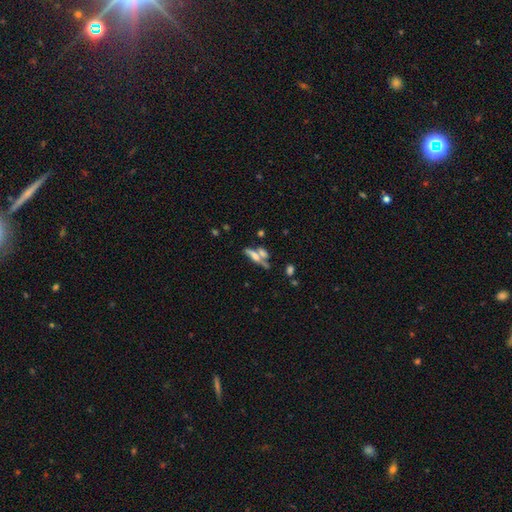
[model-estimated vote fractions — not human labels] smooth_or_featured: smooth (p=0.46) [alt: featured or disk p=0.41]
merging: merger (p=0.42) [alt: none p=0.39]